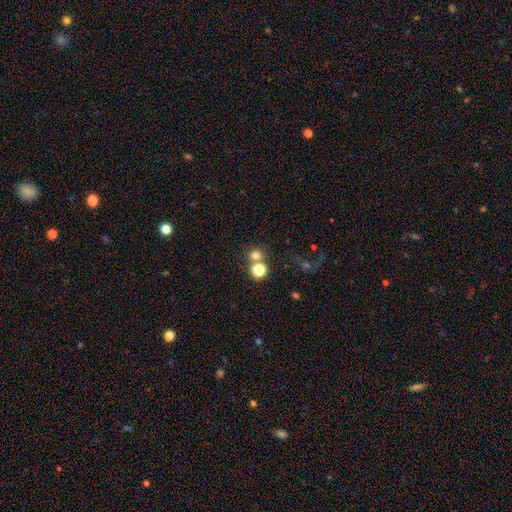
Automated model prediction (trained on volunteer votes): This is likely a smooth galaxy (72%). How rounded: clearly round (87%). Merging: likely none (61%).